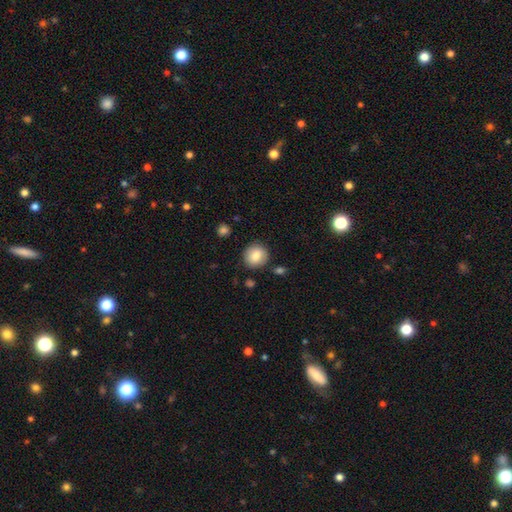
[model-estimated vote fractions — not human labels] A smooth galaxy with no disk features (83%) that is round (87%). Merging: none (87%).